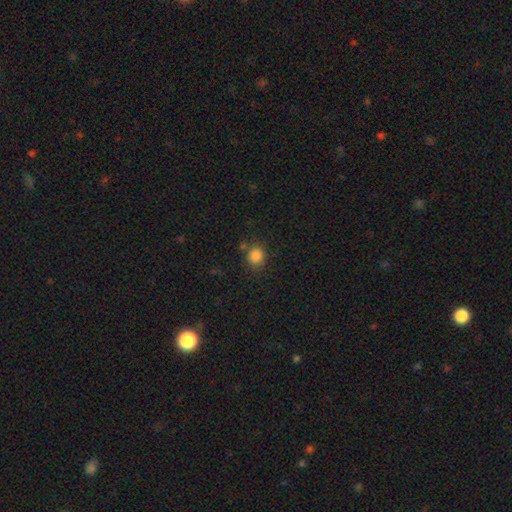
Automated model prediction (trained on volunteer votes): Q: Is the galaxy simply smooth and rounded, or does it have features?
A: smooth — 85%.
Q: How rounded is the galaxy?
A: round — 83%.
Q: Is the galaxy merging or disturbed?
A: none — 77%.